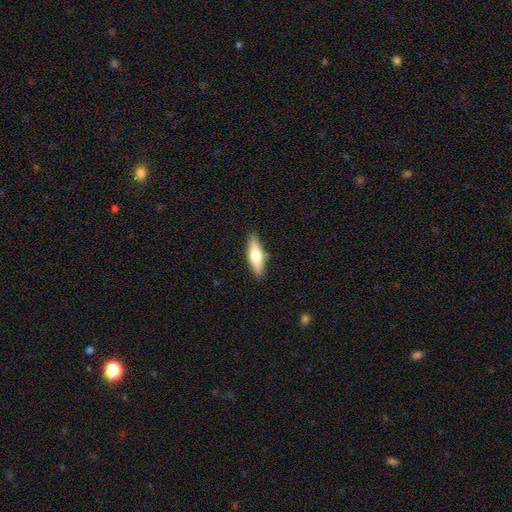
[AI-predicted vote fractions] Morphology: type=smooth (63%); roundness=cigar-shaped (52%); merging=none (86%).